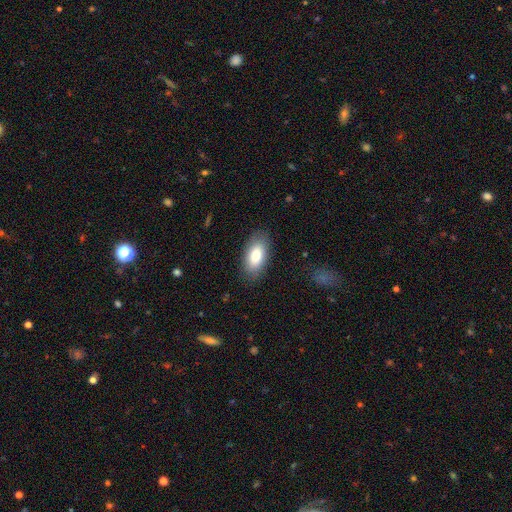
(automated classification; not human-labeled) Q: Smooth or featured?
A: smooth (81%); runner-up: featured or disk (12%)
Q: How rounded?
A: in between (92%); runner-up: cigar-shaped (5%)
Q: Merging?
A: none (85%); runner-up: minor disturbance (11%)